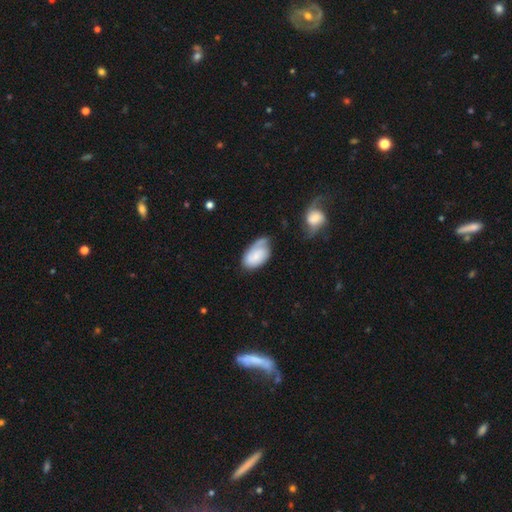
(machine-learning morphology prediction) Overall: smooth (55%; featured or disk 38%). How rounded: in between (92%). Merging: none (45%; minor disturbance 35%).